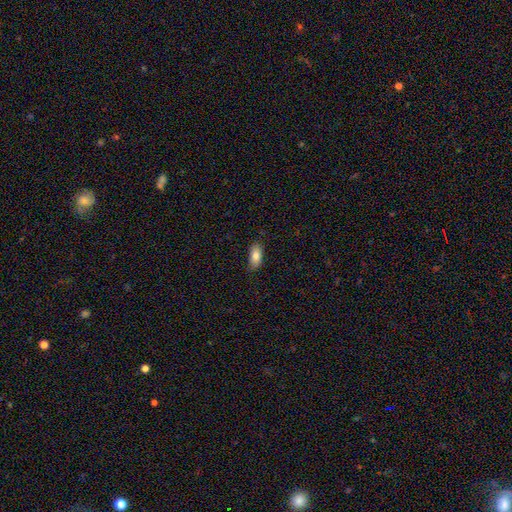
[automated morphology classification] Smooth or featured? Predicted: smooth (p=0.81). How rounded? Predicted: in between (p=0.88). Merging? Predicted: none (p=0.83).